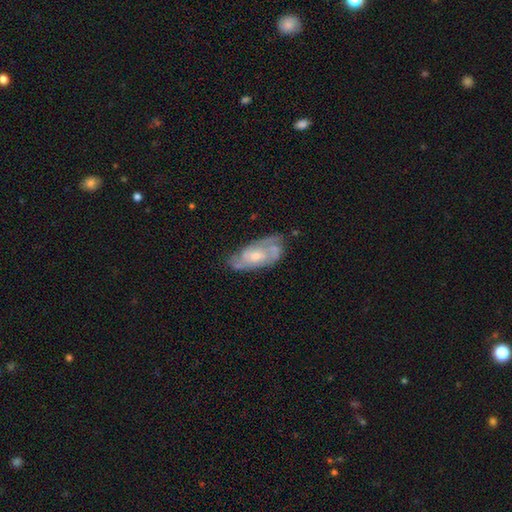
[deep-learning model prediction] This is likely a featured or disk galaxy (74%). It is clearly not viewed edge-on (92%). Bar: likely no (70%). Spiral arm pattern: clearly yes (84%). Spiral arm count: marginally 2 (41%). Spiral winding: marginally tight (44%). Central bulge: possibly small (51%). Merging: likely none (63%).